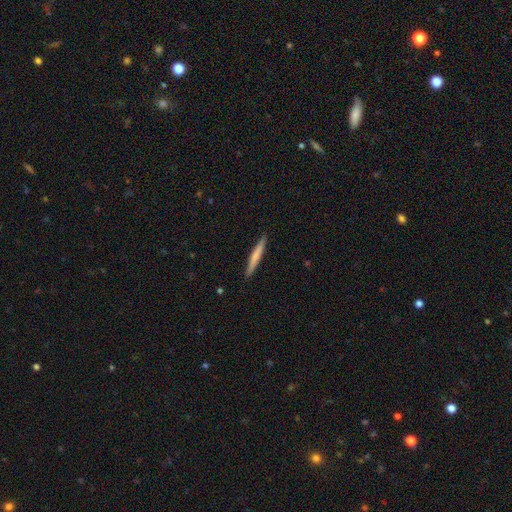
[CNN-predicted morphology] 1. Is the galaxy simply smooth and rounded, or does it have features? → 66% smooth, 28% featured or disk, 5% star or artifact.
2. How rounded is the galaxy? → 96% cigar-shaped, 3% in between, 1% round.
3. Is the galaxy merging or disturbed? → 91% none, 7% minor disturbance, 1% major disturbance, 1% merger.